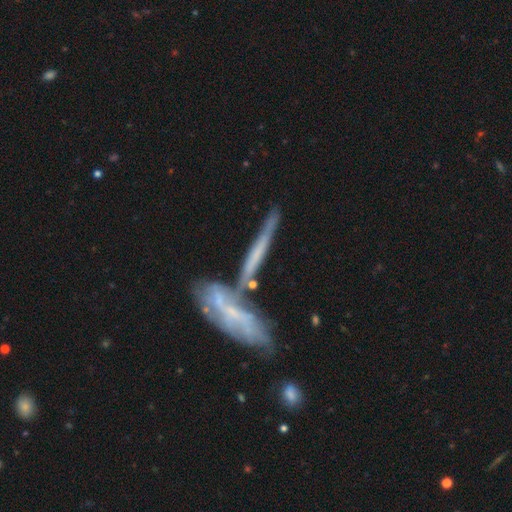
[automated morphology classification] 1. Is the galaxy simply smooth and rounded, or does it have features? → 61% featured or disk, 32% smooth, 7% star or artifact.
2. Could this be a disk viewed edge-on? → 81% yes, 19% no.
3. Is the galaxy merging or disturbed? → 48% none, 33% merger, 13% minor disturbance, 6% major disturbance.